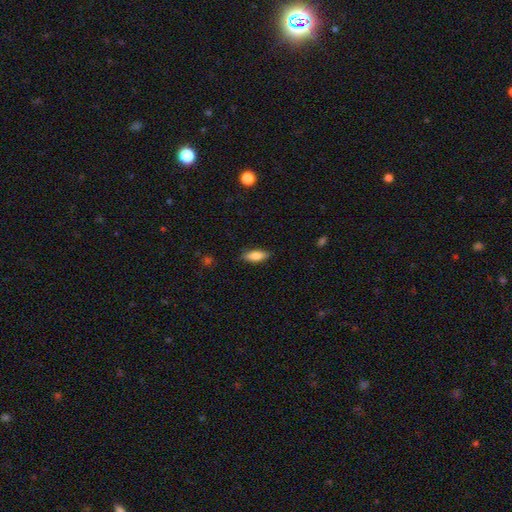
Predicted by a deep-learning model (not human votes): This appears to be a smooth galaxy with no disk features (81%) that is in between round and cigar-shaped (71%). Merging: none (86%).